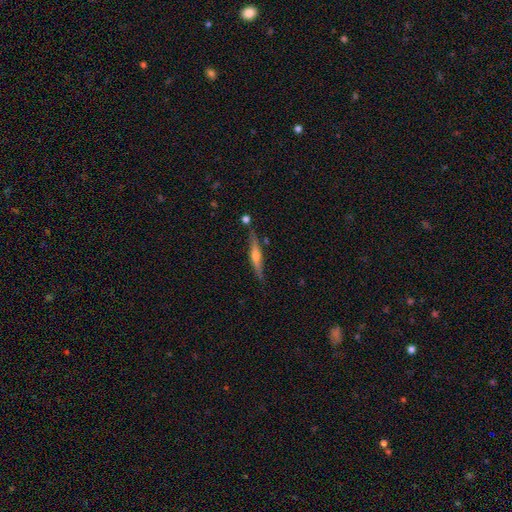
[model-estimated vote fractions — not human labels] Overall: featured or disk (67%). Edge-on disk: yes (97%). Edge-on bulge: rounded (86%). Merging: none (80%).